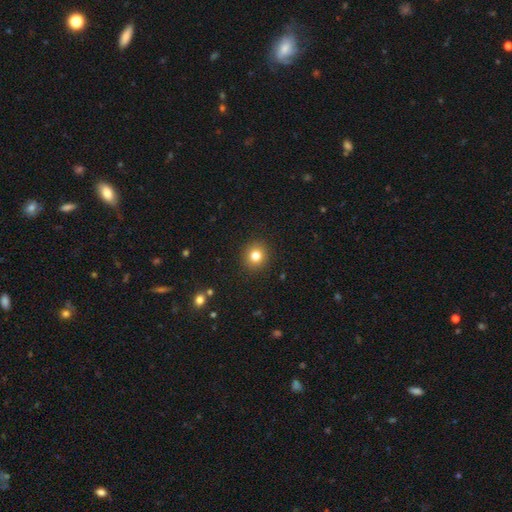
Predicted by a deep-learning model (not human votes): Q: Smooth or featured?
A: smooth (80%); runner-up: star or artifact (12%)
Q: How rounded?
A: round (89%); runner-up: in between (10%)
Q: Merging?
A: none (91%); runner-up: minor disturbance (6%)